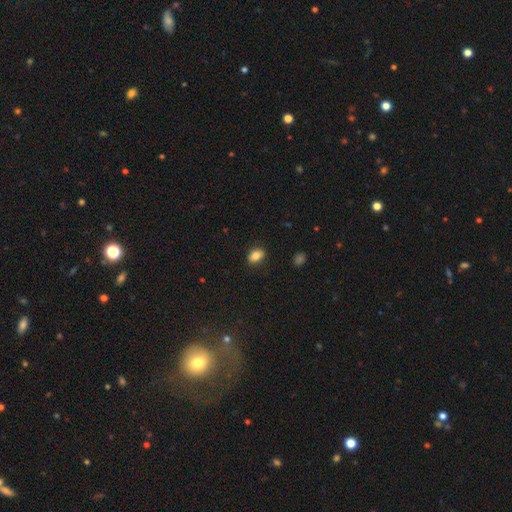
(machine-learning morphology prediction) Smooth or featured?
  - smooth: 83% *
  - star or artifact: 9%
  - featured or disk: 8%
How rounded?
  - in between: 78% *
  - round: 20%
  - cigar-shaped: 1%
Merging?
  - none: 87% *
  - minor disturbance: 10%
  - major disturbance: 2%
  - merger: 1%